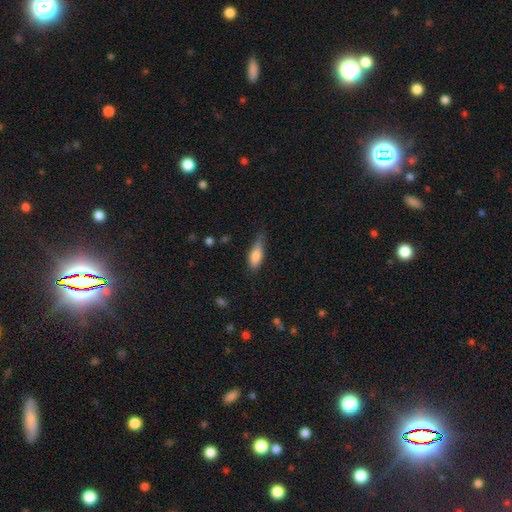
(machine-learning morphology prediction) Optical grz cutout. It shows a smooth galaxy with no disk features (80%) that is in between round and cigar-shaped (65%). Merging: none (56%).